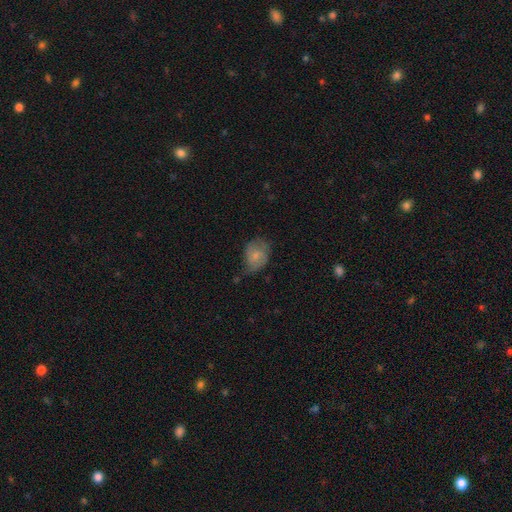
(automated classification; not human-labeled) Smooth or featured: smooth — 65% (featured or disk — 28%)
How rounded: in between — 63% (round — 36%)
Merging: none — 45% (minor disturbance — 38%)